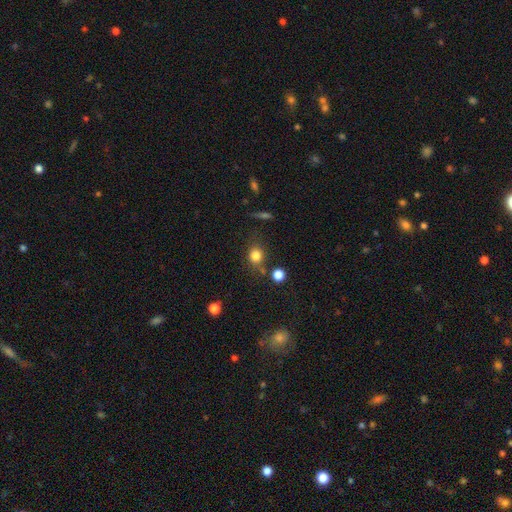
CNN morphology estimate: Overall: smooth (81%). How rounded: round (69%; in between 29%). Merging: none (72%).